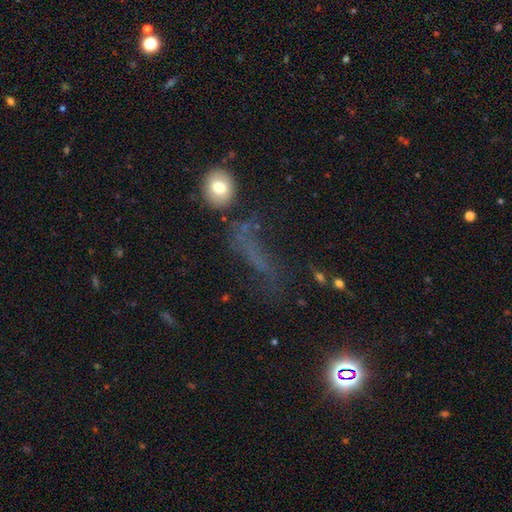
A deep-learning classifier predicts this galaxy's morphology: Overall: smooth (38%; star or artifact 32%). Merging: none (41%; major disturbance 30%).